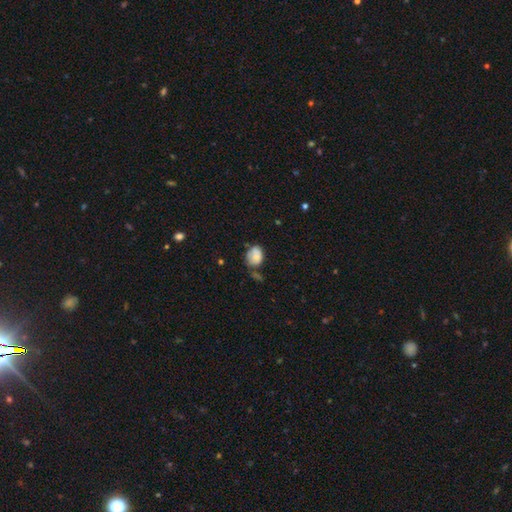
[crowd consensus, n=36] Q: Smooth or featured?
A: smooth (83%); runner-up: featured or disk (14%)
Q: How rounded?
A: in between (60%); runner-up: round (40%)
Q: Merging?
A: none (57%); runner-up: minor disturbance (26%)